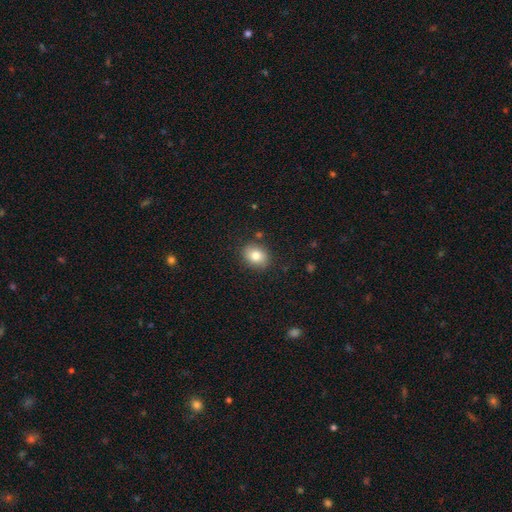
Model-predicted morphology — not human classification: Overall: smooth (81%). How rounded: round (50%; in between 49%). Merging: none (84%).